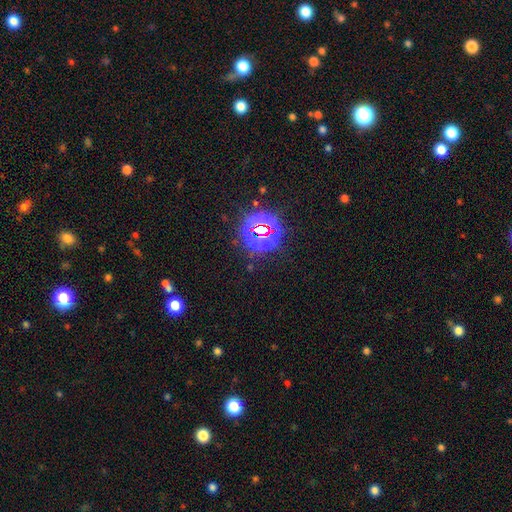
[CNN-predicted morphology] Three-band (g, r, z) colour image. It shows a star or artifact, not a galaxy (81%).